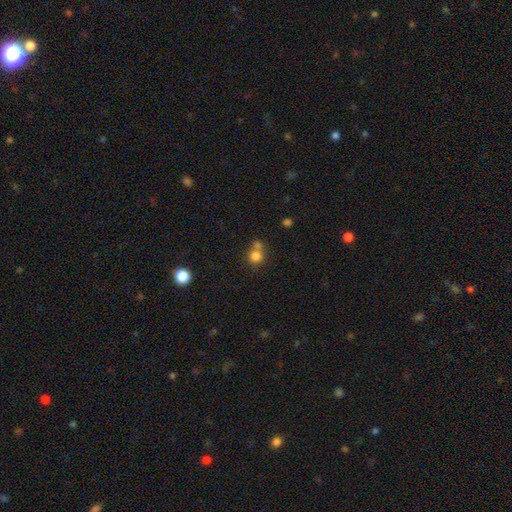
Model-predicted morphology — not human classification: Smooth or featured?
  - smooth: 79% *
  - star or artifact: 13%
  - featured or disk: 8%
How rounded?
  - round: 87% *
  - in between: 12%
  - cigar-shaped: 1%
Merging?
  - none: 49% *
  - merger: 39%
  - minor disturbance: 9%
  - major disturbance: 4%